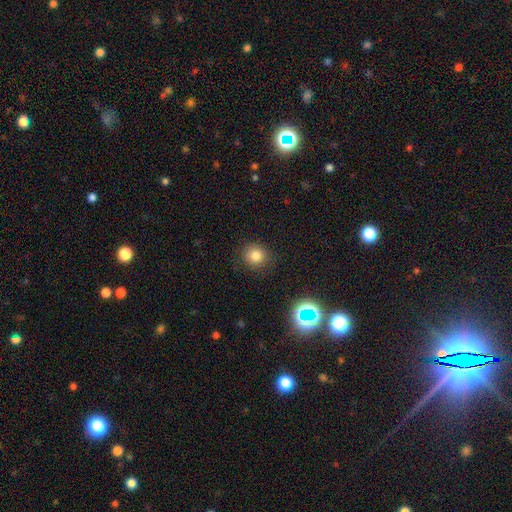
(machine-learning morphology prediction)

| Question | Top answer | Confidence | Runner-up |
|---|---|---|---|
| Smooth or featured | smooth | 80% | star or artifact (13%) |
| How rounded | round | 87% | in between (12%) |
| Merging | none | 87% | minor disturbance (9%) |